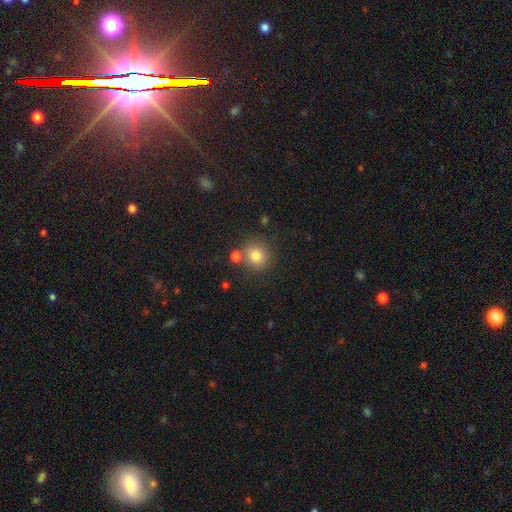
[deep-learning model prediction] Morphology: type=smooth (81%); roundness=round (88%); merging=none (71%).